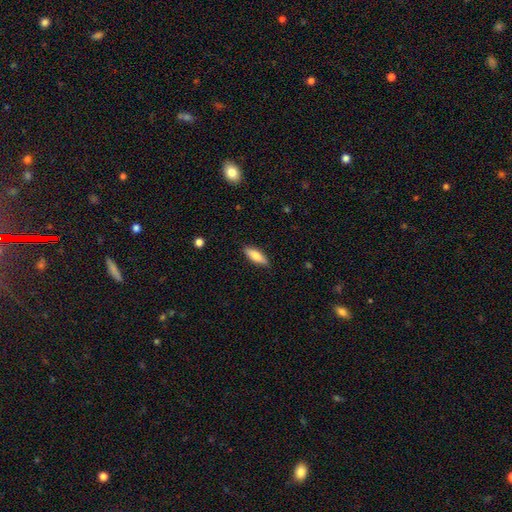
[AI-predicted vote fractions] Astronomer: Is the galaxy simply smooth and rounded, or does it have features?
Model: smooth — 80%.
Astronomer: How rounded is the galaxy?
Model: in between — 60% (runner-up: cigar-shaped, 39%).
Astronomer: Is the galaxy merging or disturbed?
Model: none — 84%.